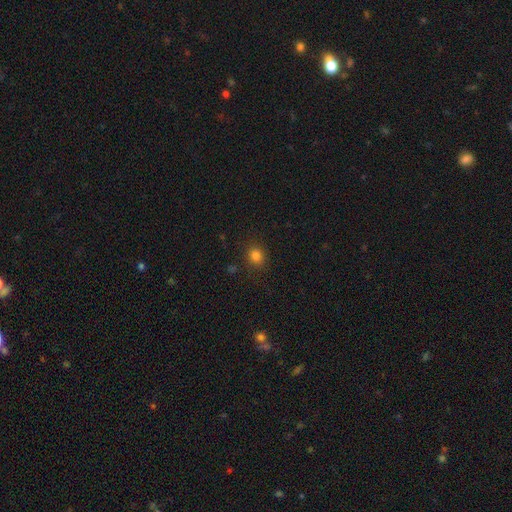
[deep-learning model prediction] Smooth or featured? Predicted: smooth (p=0.81). How rounded? Predicted: round (p=0.82). Merging? Predicted: none (p=0.87).